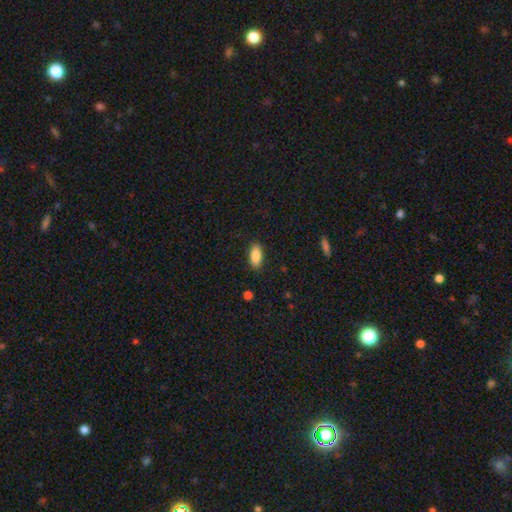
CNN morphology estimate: smooth_or_featured: smooth (p=0.88) [alt: star or artifact p=0.07]
how_rounded: in between (p=0.87) [alt: cigar-shaped p=0.11]
merging: none (p=0.88) [alt: minor disturbance p=0.09]